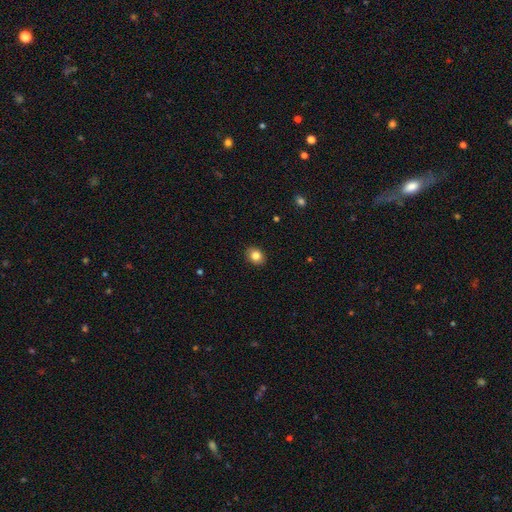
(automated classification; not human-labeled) smooth 83%, star or artifact 10%, featured or disk 7%. Down the decision tree: how rounded — round (50%); merging — none (90%).